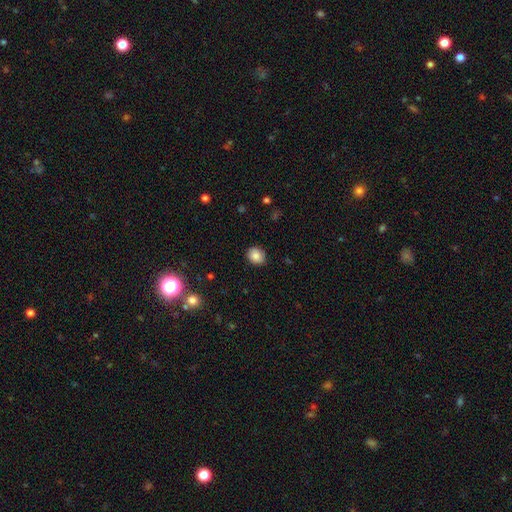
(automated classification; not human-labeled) Smooth or featured? Predicted: smooth (p=0.85). How rounded? Predicted: round (p=0.61). Merging? Predicted: none (p=0.87).